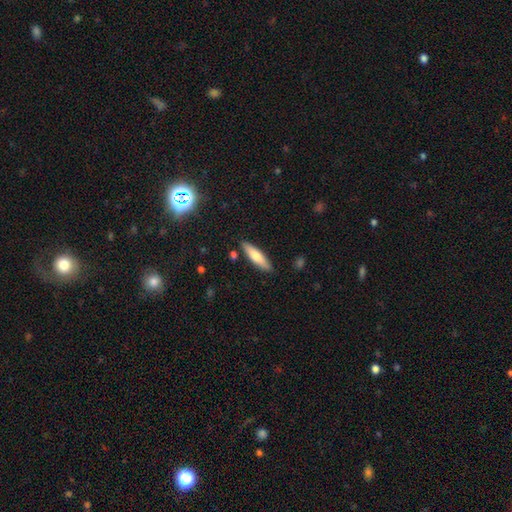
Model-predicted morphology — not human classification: smooth-or-featured: smooth: 68% | featured or disk: 26% | star or artifact: 6%
  how-rounded: cigar-shaped: 70% | in between: 28% | round: 2%
  merging: none: 86% | minor disturbance: 9% | merger: 3% | major disturbance: 2%